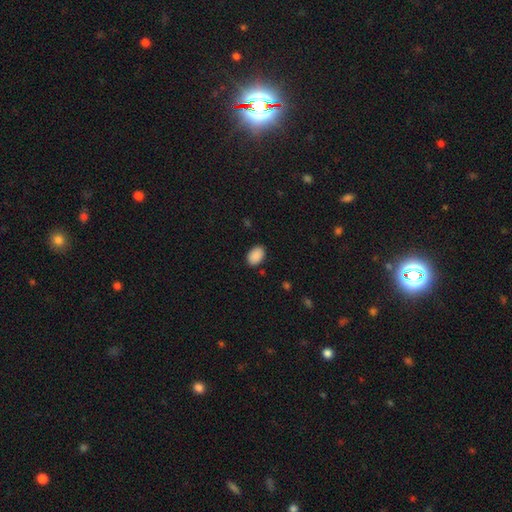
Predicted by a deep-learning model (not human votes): The model was most divided on "how rounded": in between: 88%, round: 11%, cigar-shaped: 1%. More confident: smooth or featured — smooth (90%); merging — none (87%).